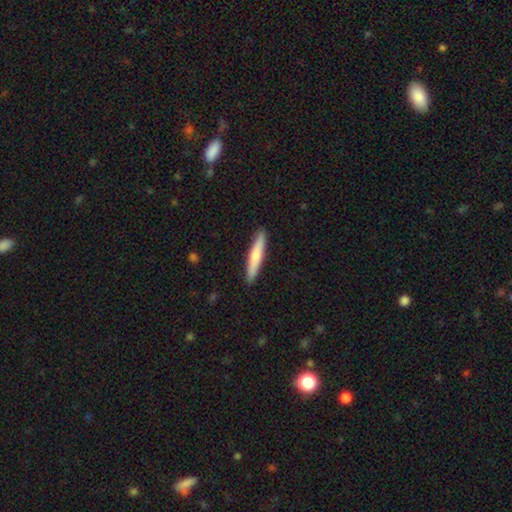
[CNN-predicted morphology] type=smooth (64%); roundness=cigar-shaped (93%); merging=none (91%).